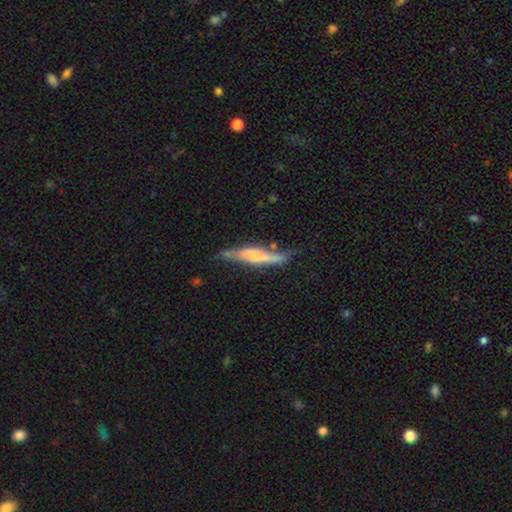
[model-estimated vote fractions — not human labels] The model was most divided on "smooth or featured": featured or disk: 55%, smooth: 39%, star or artifact: 6%. More confident: edge-on disk — yes (86%); merging — none (56%).